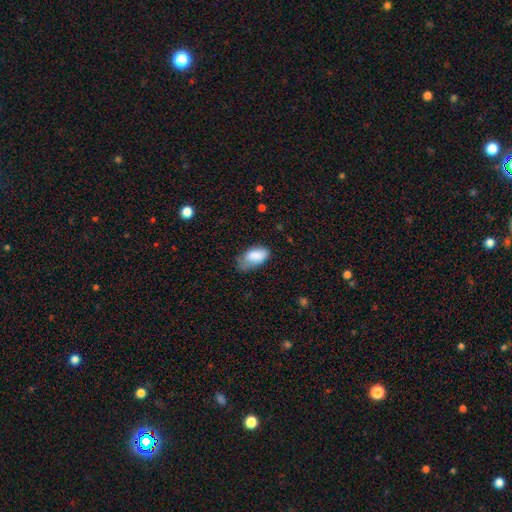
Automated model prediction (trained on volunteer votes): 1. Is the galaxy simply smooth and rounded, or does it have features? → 83% smooth, 10% featured or disk, 7% star or artifact.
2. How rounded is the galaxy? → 94% in between, 4% round, 2% cigar-shaped.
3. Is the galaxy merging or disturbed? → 42% minor disturbance, 38% none, 17% major disturbance, 2% merger.